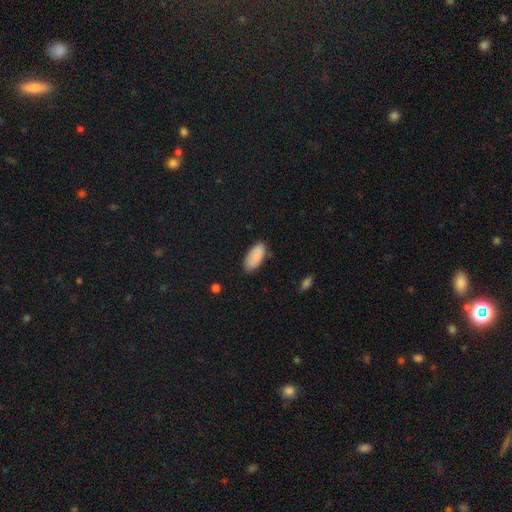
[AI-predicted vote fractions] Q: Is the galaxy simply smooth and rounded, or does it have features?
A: smooth — 85%.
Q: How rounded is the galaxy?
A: in between — 92%.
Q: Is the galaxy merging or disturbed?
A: none — 79%.